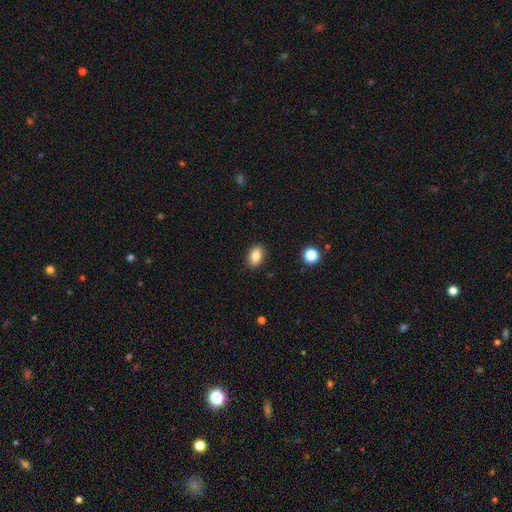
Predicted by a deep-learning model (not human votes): Q: Smooth or featured?
A: smooth (85%); runner-up: star or artifact (9%)
Q: How rounded?
A: in between (86%); runner-up: round (12%)
Q: Merging?
A: none (88%); runner-up: minor disturbance (8%)